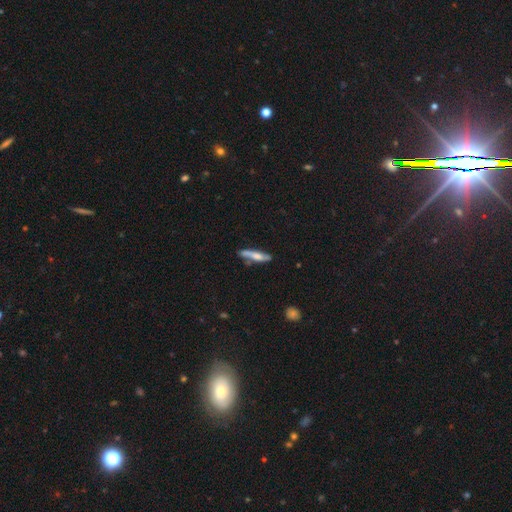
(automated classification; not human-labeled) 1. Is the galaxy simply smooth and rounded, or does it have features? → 55% smooth, 39% featured or disk, 6% star or artifact.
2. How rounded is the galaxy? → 83% cigar-shaped, 16% in between, 2% round.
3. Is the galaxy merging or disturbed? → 63% none, 24% minor disturbance, 8% merger, 6% major disturbance.